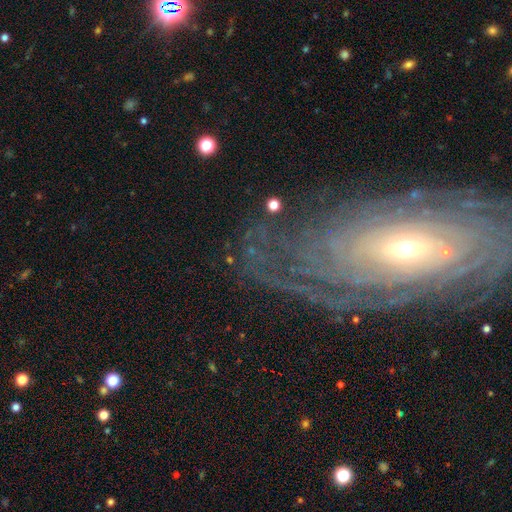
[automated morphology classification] smooth-or-featured: featured or disk: 75% | star or artifact: 13% | smooth: 12%
  disk-edge-on: no: 91% | yes: 9%
    bar: no: 63% | weak: 23% | strong: 14%
    has-spiral-arms: yes: 83% | no: 17%
      spiral-winding: tight: 73% | medium: 19% | loose: 7%
      spiral-arm-count: can't tell: 45% | 2: 14% | more than 4: 12% | 3: 11% | 4: 10% | 1: 8%
    bulge-size: moderate: 46% | small: 45% | large: 5% | dominant: 2% | none: 2%
  merging: none: 71% | minor disturbance: 14% | major disturbance: 12% | merger: 2%